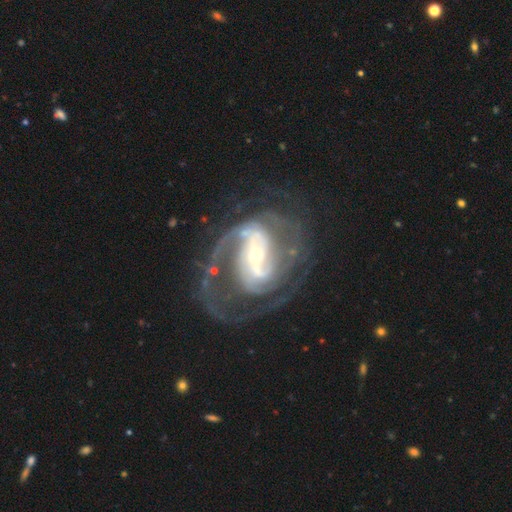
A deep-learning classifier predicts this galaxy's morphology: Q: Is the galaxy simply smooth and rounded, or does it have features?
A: featured or disk — 90%.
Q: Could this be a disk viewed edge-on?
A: no — 97%.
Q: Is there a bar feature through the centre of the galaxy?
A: strong — 41%.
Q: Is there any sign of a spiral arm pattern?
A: yes — 96%.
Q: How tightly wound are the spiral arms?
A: medium — 47%.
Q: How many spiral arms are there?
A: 2 — 55%.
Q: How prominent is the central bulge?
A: small — 59%.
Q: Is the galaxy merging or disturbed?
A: none — 57%.